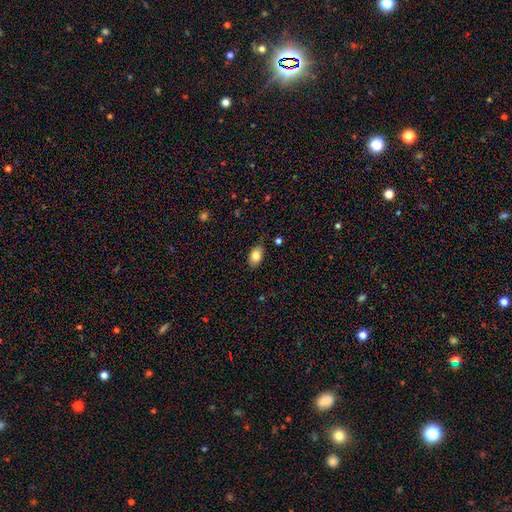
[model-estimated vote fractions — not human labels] A smooth galaxy with no disk features (83%) that is in between round and cigar-shaped (88%).

Vote fractions:
- Smooth or featured? smooth: 83% / featured or disk: 10% / star or artifact: 8%
- How rounded? in between: 88% / round: 10% / cigar-shaped: 2%
- Merging? none: 81% / minor disturbance: 15% / major disturbance: 3% / merger: 1%